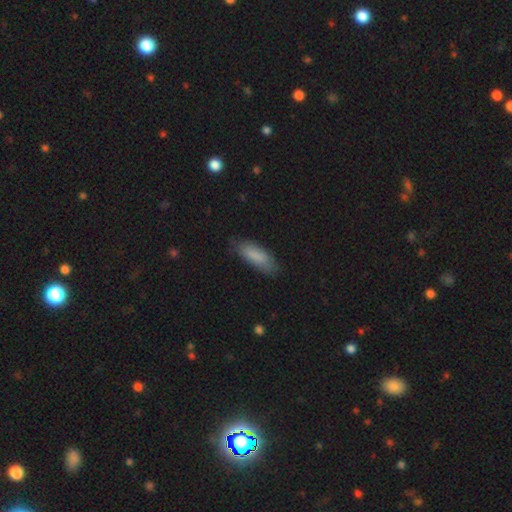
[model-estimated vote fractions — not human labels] Morphology: type=smooth (83%); roundness=in between (63%); merging=none (76%).